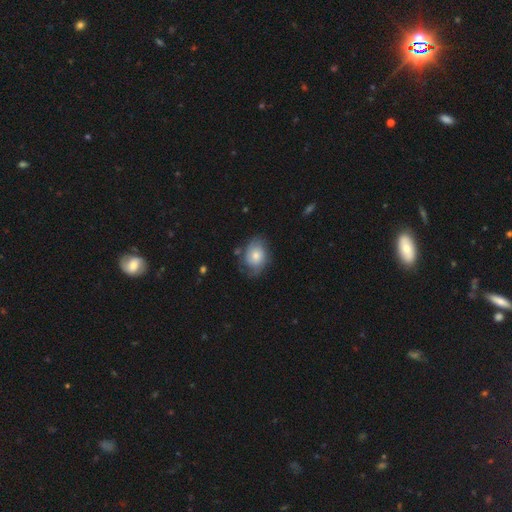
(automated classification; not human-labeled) This is possibly a smooth galaxy (53%). How rounded: possibly in between (59%). Merging: possibly none (59%).